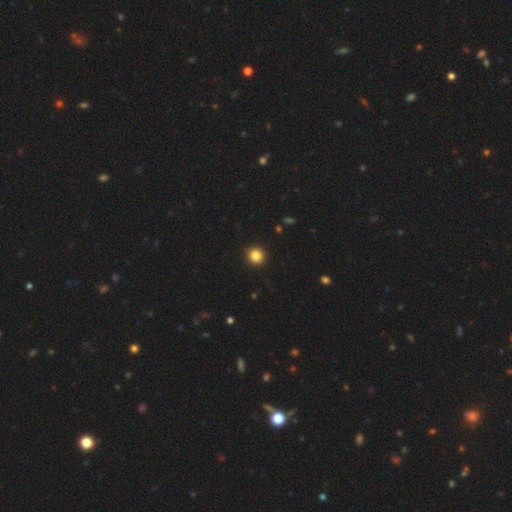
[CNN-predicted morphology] Smooth or featured: smooth — 84% (star or artifact — 11%)
How rounded: round — 95% (in between — 4%)
Merging: none — 94% (minor disturbance — 4%)